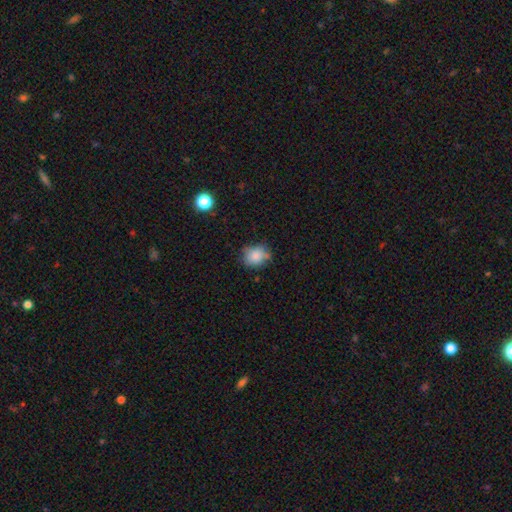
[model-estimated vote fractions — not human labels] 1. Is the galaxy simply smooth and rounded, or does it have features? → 83% smooth, 9% star or artifact, 8% featured or disk.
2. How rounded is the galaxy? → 62% round, 37% in between, 1% cigar-shaped.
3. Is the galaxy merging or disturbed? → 65% none, 25% minor disturbance, 5% major disturbance, 5% merger.